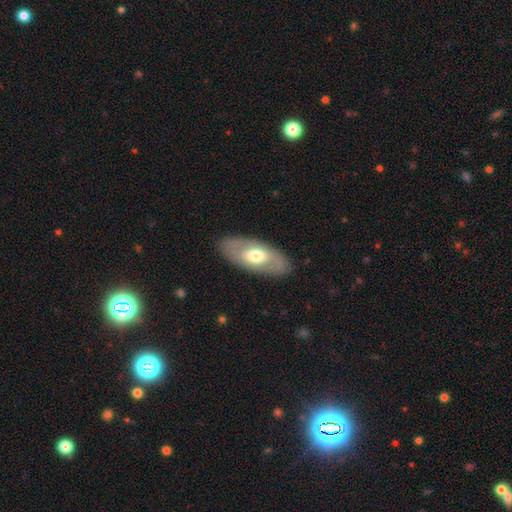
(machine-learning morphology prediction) The model was most divided on "smooth or featured": smooth: 48%, featured or disk: 47%, star or artifact: 5%. More confident: merging — none (85%).